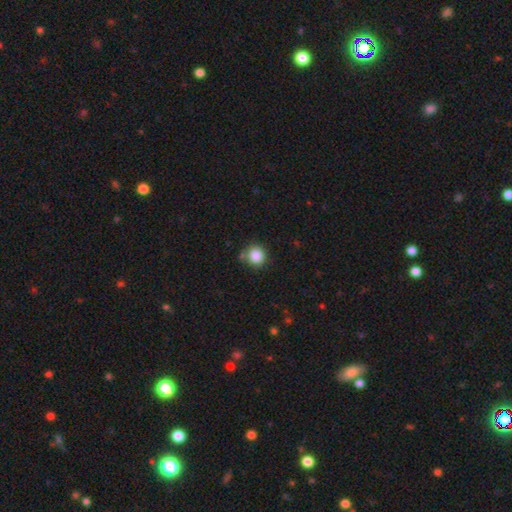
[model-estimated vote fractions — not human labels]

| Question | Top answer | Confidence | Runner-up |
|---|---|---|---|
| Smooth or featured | smooth | 86% | star or artifact (10%) |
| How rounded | round | 90% | in between (9%) |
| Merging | none | 76% | minor disturbance (13%) |